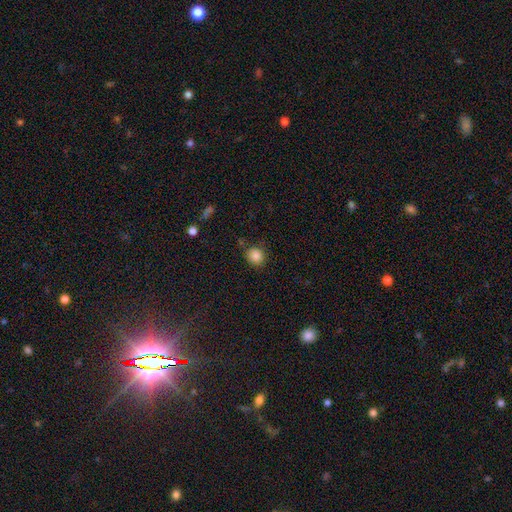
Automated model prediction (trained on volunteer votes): smooth_or_featured: smooth (p=0.85) [alt: star or artifact p=0.10]
how_rounded: round (p=0.80) [alt: in between p=0.19]
merging: none (p=0.80) [alt: minor disturbance p=0.13]